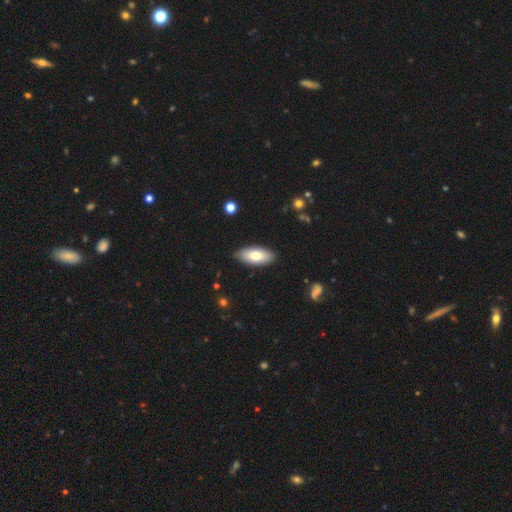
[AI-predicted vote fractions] This is likely a smooth galaxy (77%). How rounded: clearly in between (84%). Merging: clearly none (87%).